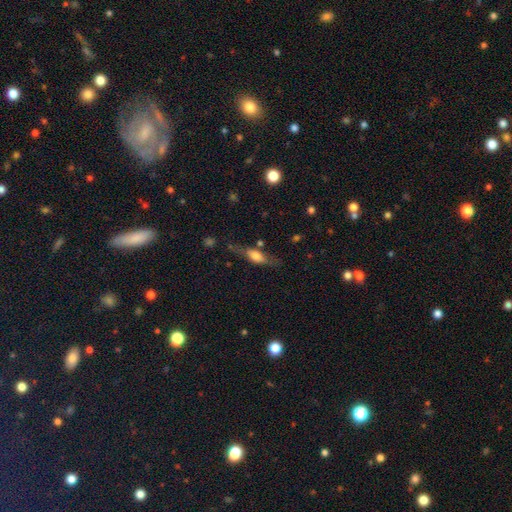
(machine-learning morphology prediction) smooth_or_featured: smooth (p=0.52) [alt: featured or disk p=0.40]
how_rounded: in between (p=0.55) [alt: cigar-shaped p=0.41]
merging: none (p=0.62) [alt: minor disturbance p=0.22]